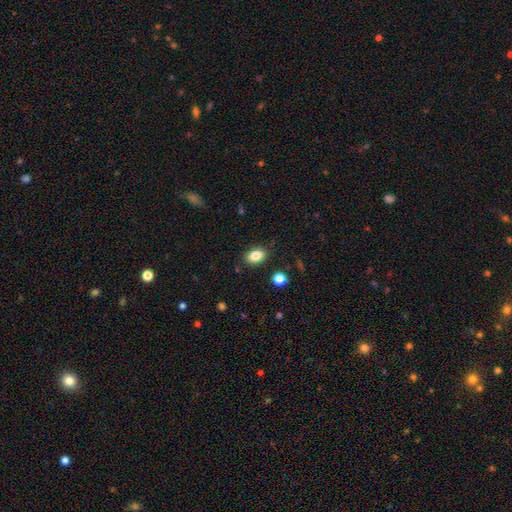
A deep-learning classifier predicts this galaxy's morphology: A smooth galaxy with no disk features (84%) that is in between round and cigar-shaped (84%). Merging: none (86%).